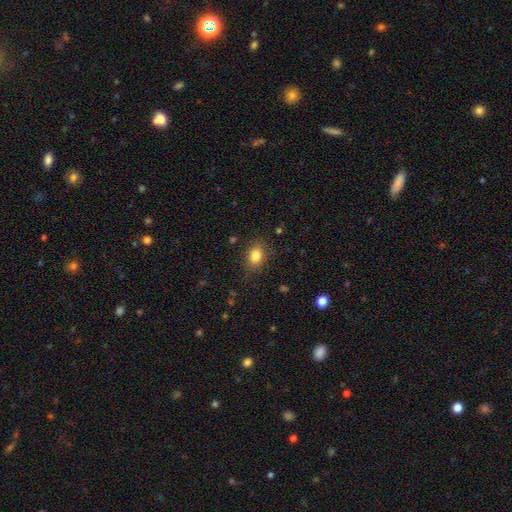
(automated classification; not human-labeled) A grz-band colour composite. It shows a smooth galaxy with no disk features (83%) that is in between round and cigar-shaped (70%). Merging: none (83%).